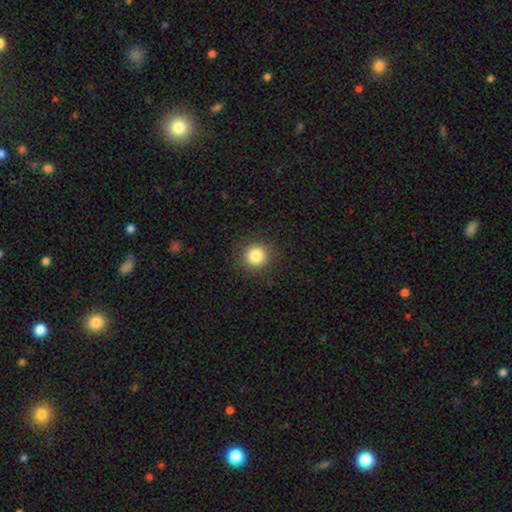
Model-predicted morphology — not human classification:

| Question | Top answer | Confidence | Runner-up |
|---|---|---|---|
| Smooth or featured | smooth | 84% | star or artifact (11%) |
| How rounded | round | 93% | in between (6%) |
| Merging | none | 90% | minor disturbance (6%) |